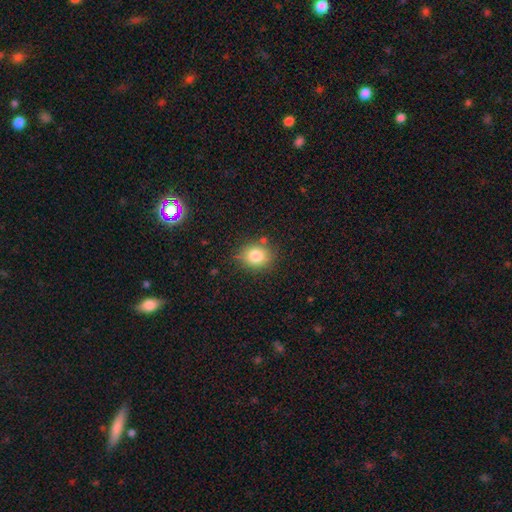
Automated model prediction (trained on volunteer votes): Q: Smooth or featured?
A: smooth (81%); runner-up: star or artifact (11%)
Q: How rounded?
A: round (62%); runner-up: in between (37%)
Q: Merging?
A: none (79%); runner-up: minor disturbance (14%)